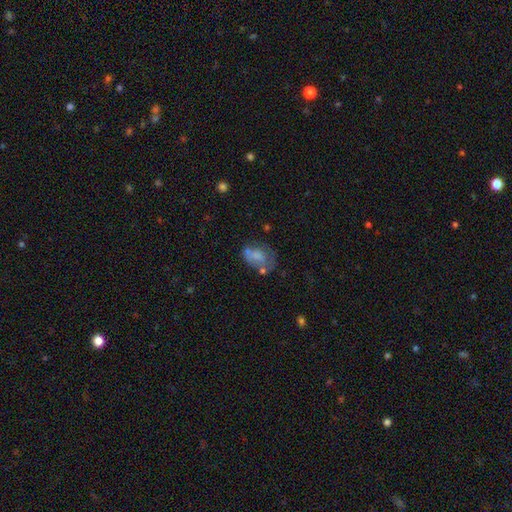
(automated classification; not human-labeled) A smooth galaxy with no disk features (55%) that is in between round and cigar-shaped (77%). Merging: none (33%).